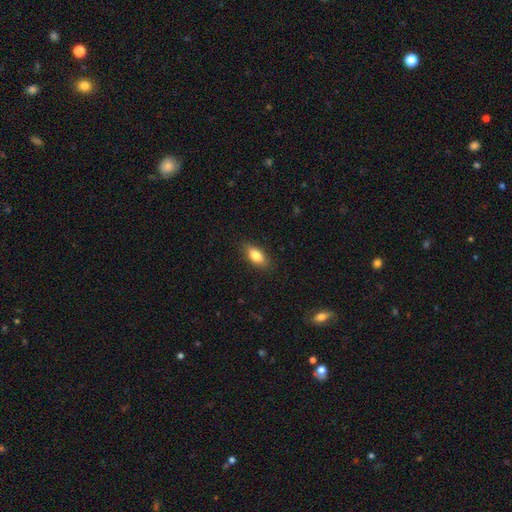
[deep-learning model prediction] Overall: smooth (82%). How rounded: in between (85%). Merging: none (86%).